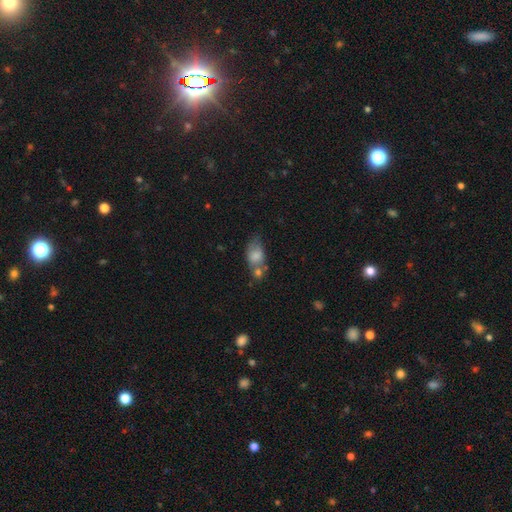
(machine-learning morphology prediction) Smooth or featured?
  - smooth: 70% *
  - featured or disk: 21%
  - star or artifact: 9%
How rounded?
  - in between: 84% *
  - round: 11%
  - cigar-shaped: 4%
Merging?
  - merger: 37% *
  - none: 30%
  - minor disturbance: 21%
  - major disturbance: 11%